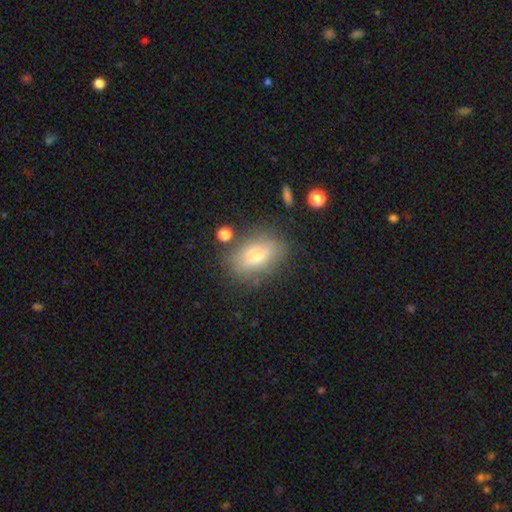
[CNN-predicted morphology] Overall: smooth (67%). How rounded: in between (82%). Merging: none (74%).